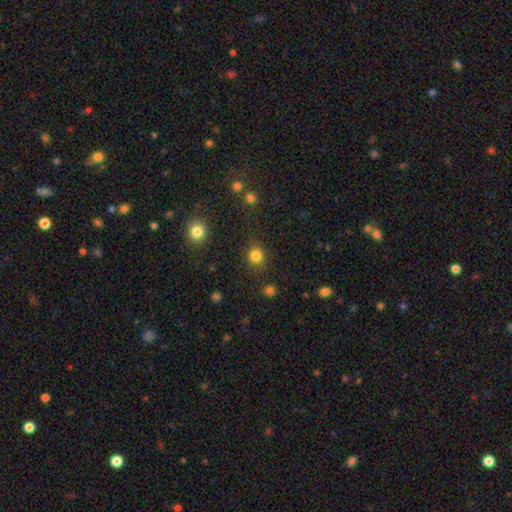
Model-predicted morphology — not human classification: This is clearly a smooth galaxy (83%). How rounded: clearly round (86%). Merging: clearly none (85%).